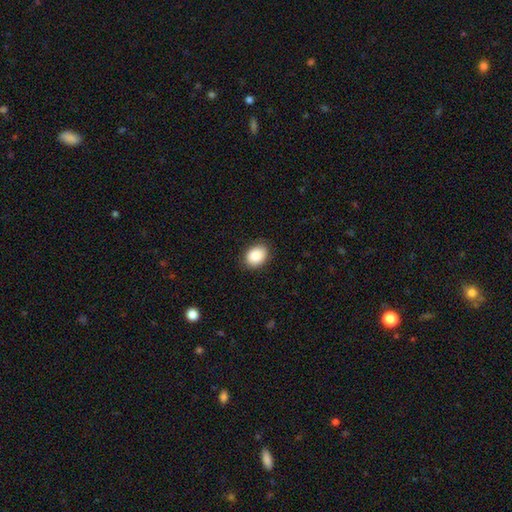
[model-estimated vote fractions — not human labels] smooth 89%, star or artifact 7%, featured or disk 4%. Down the decision tree: how rounded — in between (62%); merging — none (87%).